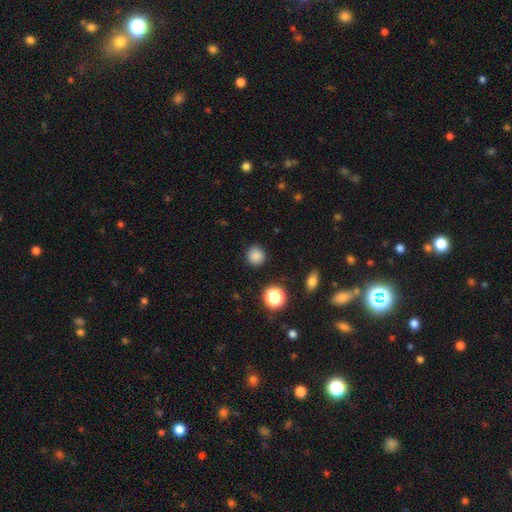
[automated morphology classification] smooth 83%, star or artifact 12%, featured or disk 4%. Down the decision tree: how rounded — round (90%); merging — none (89%).